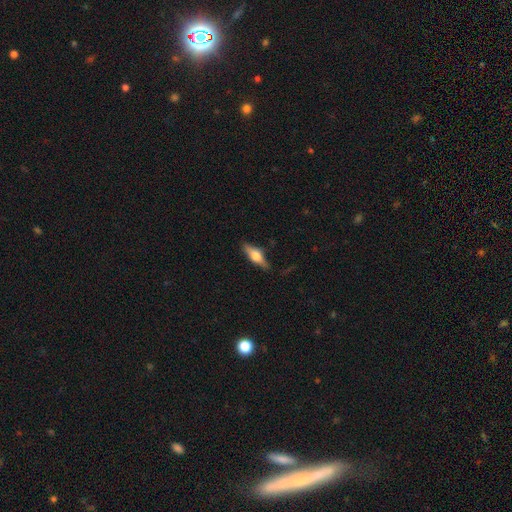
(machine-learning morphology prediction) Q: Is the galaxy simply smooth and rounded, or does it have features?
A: featured or disk — 55%.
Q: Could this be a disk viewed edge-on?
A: yes — 93%.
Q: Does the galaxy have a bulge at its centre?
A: rounded — 92%.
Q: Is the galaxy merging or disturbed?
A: none — 82%.